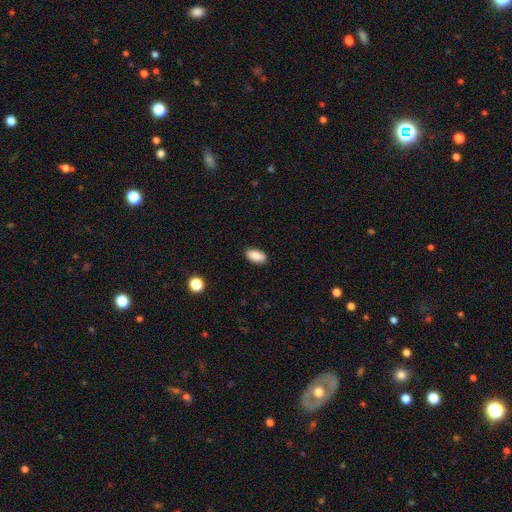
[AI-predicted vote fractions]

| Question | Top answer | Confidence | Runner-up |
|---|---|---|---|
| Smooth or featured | smooth | 88% | star or artifact (7%) |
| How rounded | in between | 91% | cigar-shaped (5%) |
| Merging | none | 88% | minor disturbance (9%) |